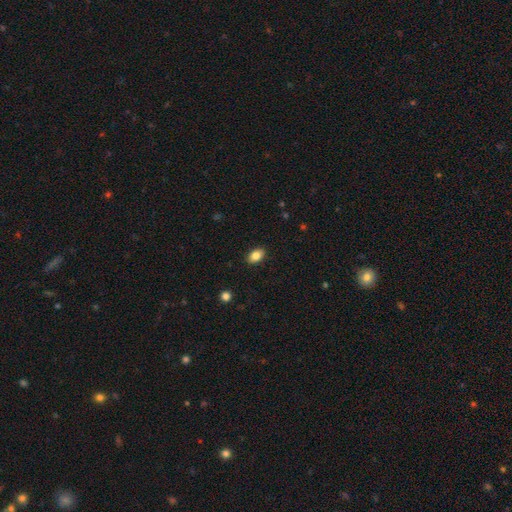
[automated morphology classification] smooth_or_featured: smooth (p=0.84) [alt: star or artifact p=0.08]
how_rounded: in between (p=0.89) [alt: round p=0.10]
merging: none (p=0.89) [alt: minor disturbance p=0.08]